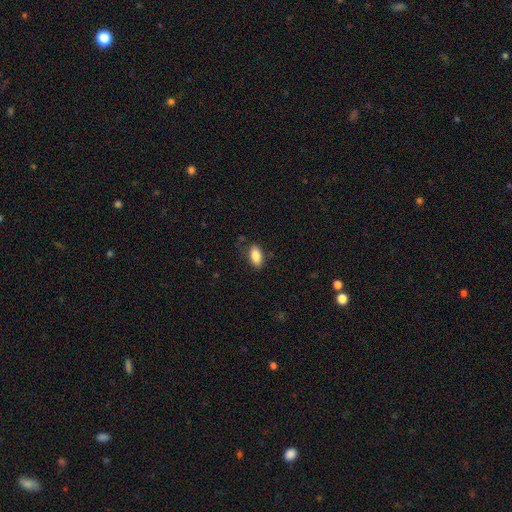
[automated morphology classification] smooth 86%, star or artifact 7%, featured or disk 7%. Down the decision tree: how rounded — in between (91%); merging — none (78%).